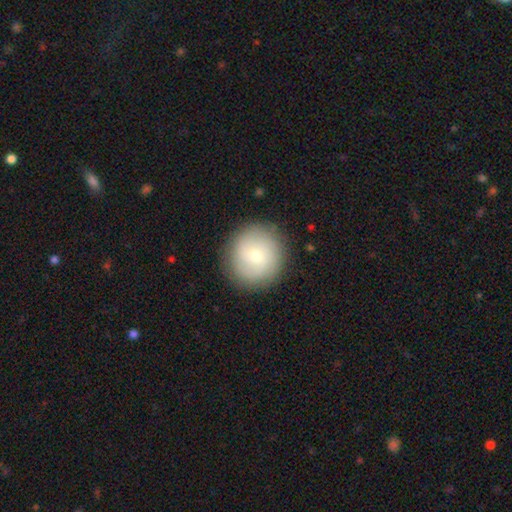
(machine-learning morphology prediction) Smooth or featured? Predicted: smooth (p=0.60). How rounded? Predicted: round (p=0.92). Merging? Predicted: none (p=0.87).